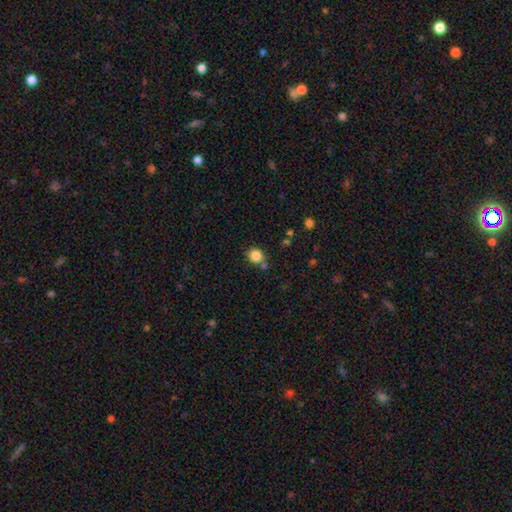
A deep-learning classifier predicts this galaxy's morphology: Smooth or featured? Predicted: smooth (p=0.84). How rounded? Predicted: round (p=0.83). Merging? Predicted: none (p=0.74).